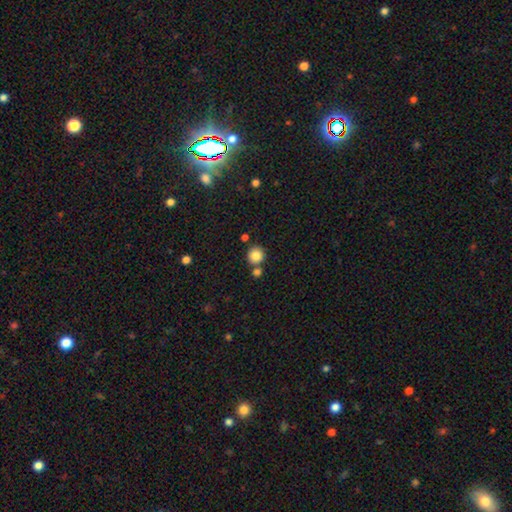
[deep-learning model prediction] smooth_or_featured: smooth (p=0.85) [alt: star or artifact p=0.10]
how_rounded: round (p=0.93) [alt: in between p=0.06]
merging: none (p=0.73) [alt: merger p=0.17]